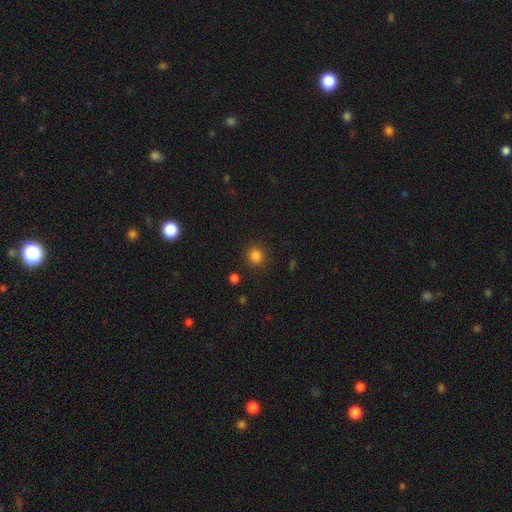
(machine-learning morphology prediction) A smooth galaxy with no disk features (83%) that is round (89%).

Vote fractions:
- Smooth or featured? smooth: 83% / star or artifact: 13% / featured or disk: 4%
- How rounded? round: 89% / in between: 10% / cigar-shaped: 1%
- Merging? none: 89% / minor disturbance: 7% / major disturbance: 3% / merger: 2%